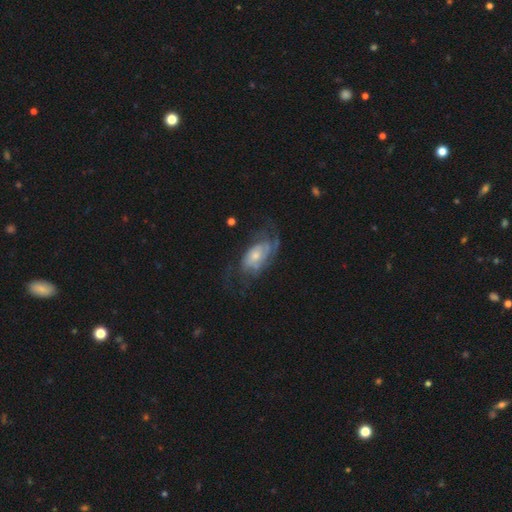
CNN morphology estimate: A featured or disk galaxy (70%) with no bar (73%), tight (40%) spiral arms (82%) and a moderate central bulge (45%).

Vote fractions:
- Smooth or featured? featured or disk: 70% / smooth: 23% / star or artifact: 7%
- Edge-on disk? no: 94% / yes: 6%
- Bar? no: 73% / weak: 23% / strong: 4%
- Spiral arms? yes: 82% / no: 18%
- Spiral winding? tight: 40% / medium: 37% / loose: 23%
- Spiral arm count? can't tell: 42% / 2: 33% / 3: 9% / 1: 9% / 4: 4% / more than 4: 3%
- Bulge size? moderate: 45% / small: 42% / large: 8% / none: 4% / dominant: 2%
- Merging? none: 49% / major disturbance: 27% / minor disturbance: 22% / merger: 2%